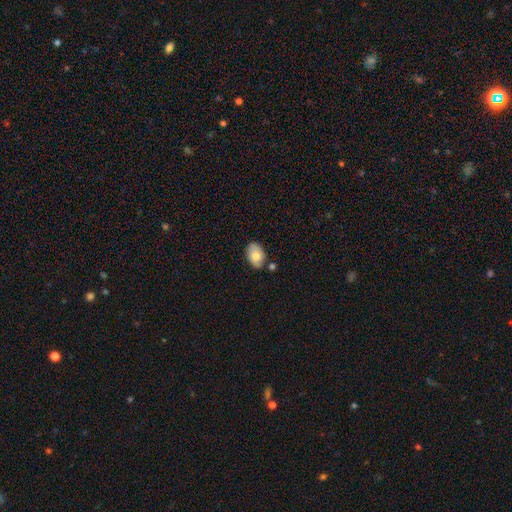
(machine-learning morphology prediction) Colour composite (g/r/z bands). It shows a smooth galaxy with no disk features (75%) that is in between round and cigar-shaped (87%). Merging: none (69%).